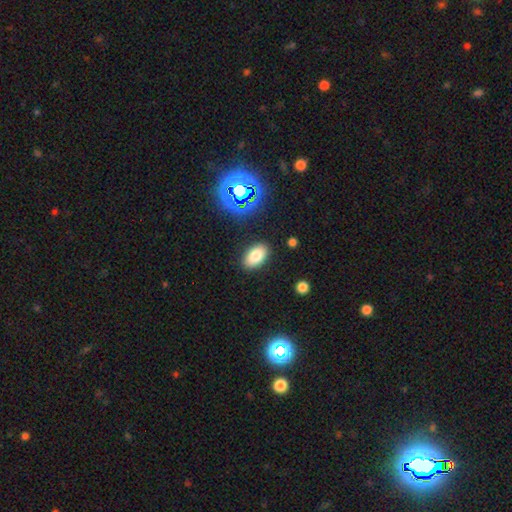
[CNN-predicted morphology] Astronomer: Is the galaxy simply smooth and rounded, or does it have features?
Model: smooth — 77%.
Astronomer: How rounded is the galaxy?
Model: in between — 93%.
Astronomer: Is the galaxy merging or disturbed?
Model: none — 87%.